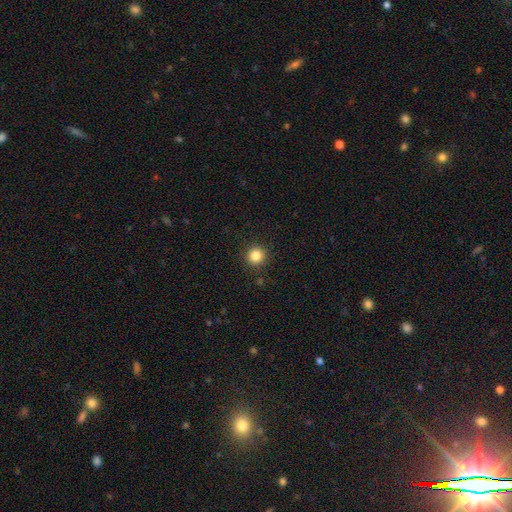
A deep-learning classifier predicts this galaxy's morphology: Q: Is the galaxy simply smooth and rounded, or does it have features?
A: smooth — 85%.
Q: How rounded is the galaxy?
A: round — 95%.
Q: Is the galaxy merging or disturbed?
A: none — 92%.